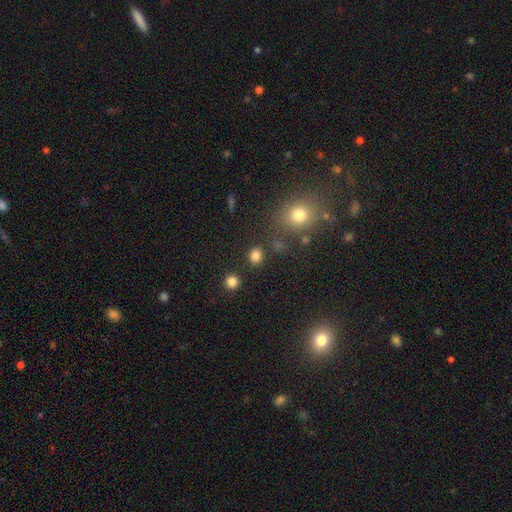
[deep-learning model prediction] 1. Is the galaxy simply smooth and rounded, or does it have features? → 82% smooth, 13% star or artifact, 5% featured or disk.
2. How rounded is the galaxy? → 73% round, 25% in between, 1% cigar-shaped.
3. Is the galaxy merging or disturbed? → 84% none, 8% minor disturbance, 5% merger, 3% major disturbance.